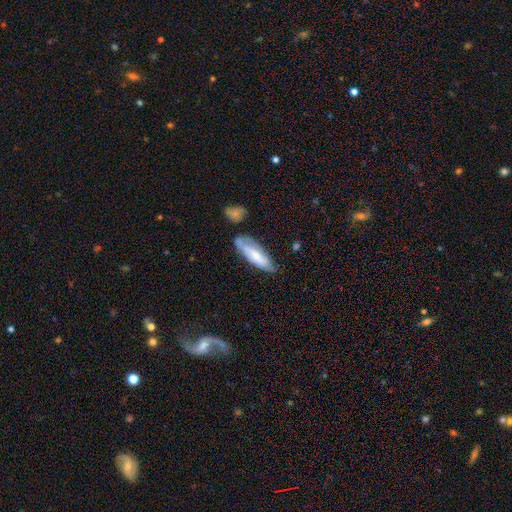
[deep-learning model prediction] smooth_or_featured: smooth (p=0.60) [alt: featured or disk p=0.34]
how_rounded: cigar-shaped (p=0.49) [tied with: in between p=0.49]
merging: none (p=0.58) [alt: minor disturbance p=0.27]